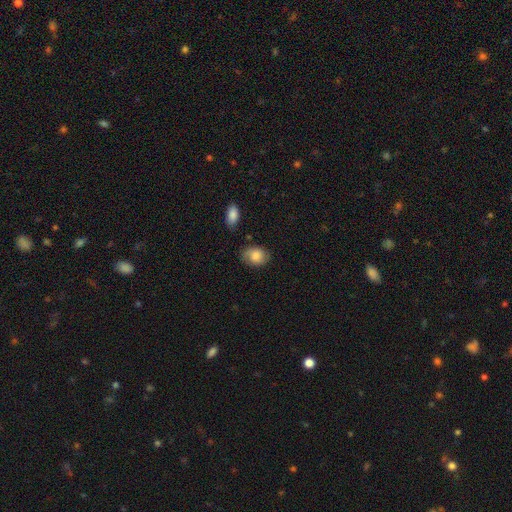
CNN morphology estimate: This is likely a smooth galaxy (71%). How rounded: likely in between (71%). Merging: likely none (73%).